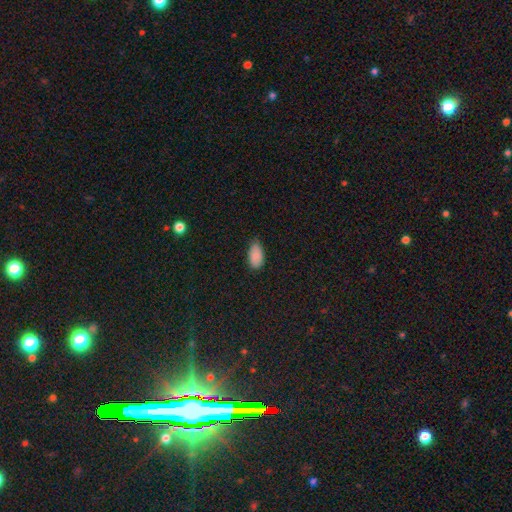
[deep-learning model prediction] The model was most divided on "merging": none: 69%, minor disturbance: 26%, major disturbance: 3%, merger: 1%. More confident: how rounded — in between (94%); smooth or featured — smooth (88%).